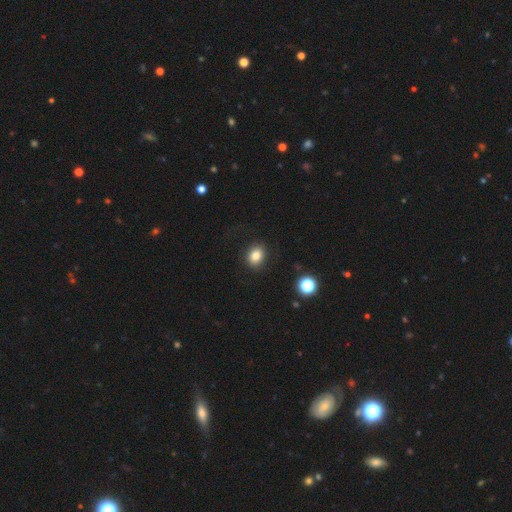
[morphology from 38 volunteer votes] Q: Smooth or featured?
A: smooth (87%); runner-up: star or artifact (8%)
Q: How rounded?
A: round (58%); runner-up: in between (42%)
Q: Merging?
A: none (94%); runner-up: minor disturbance (6%)